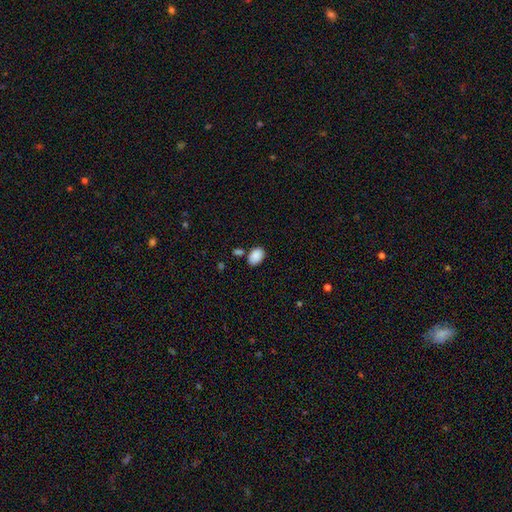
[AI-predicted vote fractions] Smooth or featured?
  - smooth: 89% *
  - star or artifact: 7%
  - featured or disk: 4%
How rounded?
  - in between: 87% *
  - round: 12%
  - cigar-shaped: 1%
Merging?
  - none: 76% *
  - minor disturbance: 13%
  - merger: 8%
  - major disturbance: 3%